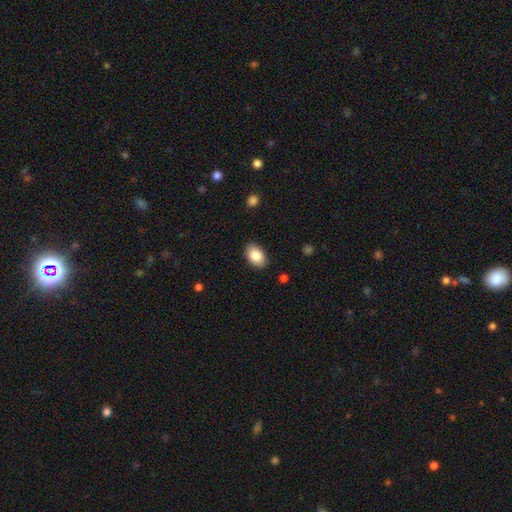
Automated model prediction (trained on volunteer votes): A smooth galaxy with no disk features (85%) that is in between round and cigar-shaped (85%). Merging: none (86%).